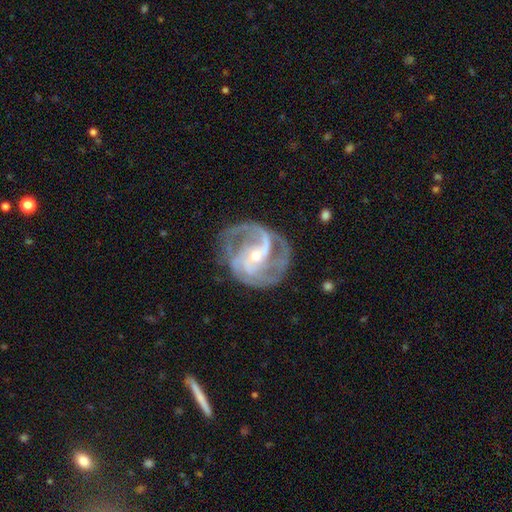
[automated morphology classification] Smooth or featured? Predicted: featured or disk (p=0.90). Edge-on disk? Predicted: no (p=0.98). Bar? Predicted: no (p=0.41). Spiral arms? Predicted: yes (p=0.97). Spiral winding? Predicted: medium (p=0.52). Spiral arm count? Predicted: 2 (p=0.45). Bulge size? Predicted: small (p=0.64). Merging? Predicted: none (p=0.66).